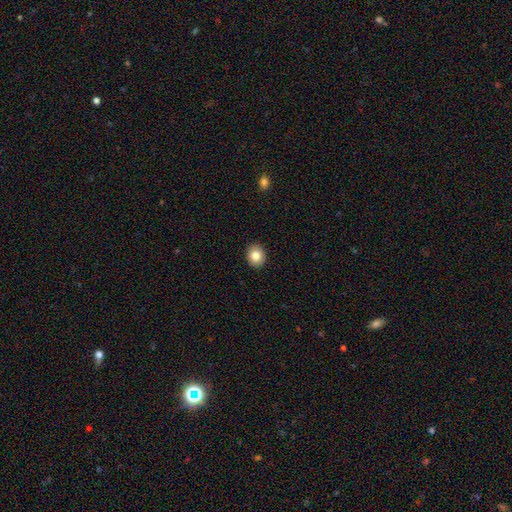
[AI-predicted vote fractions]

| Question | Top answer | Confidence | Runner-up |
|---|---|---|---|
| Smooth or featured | smooth | 82% | star or artifact (9%) |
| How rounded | round | 70% | in between (29%) |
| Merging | none | 92% | minor disturbance (6%) |